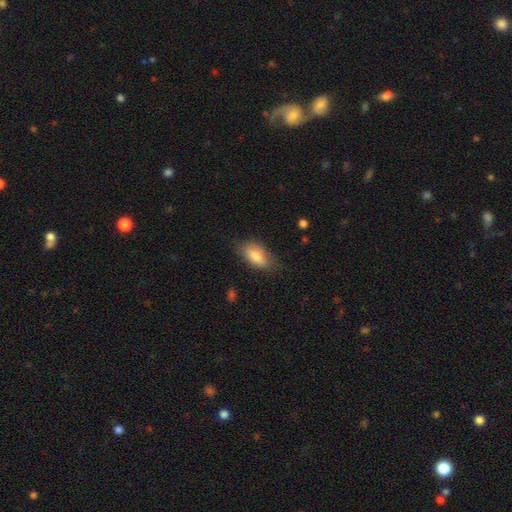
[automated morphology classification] Overall: smooth (79%). How rounded: in between (88%). Merging: none (70%).